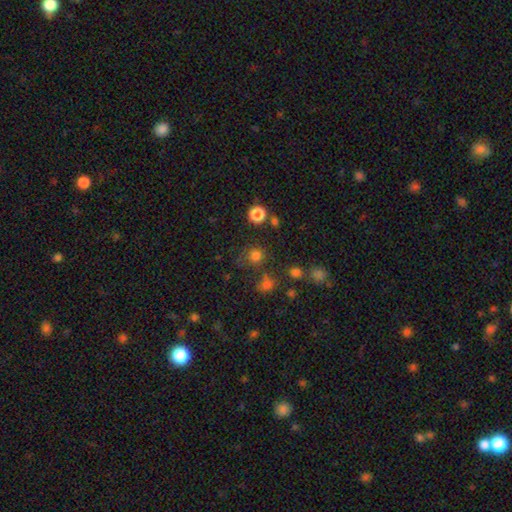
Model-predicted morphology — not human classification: type=smooth (76%); roundness=round (90%); merging=none (76%).